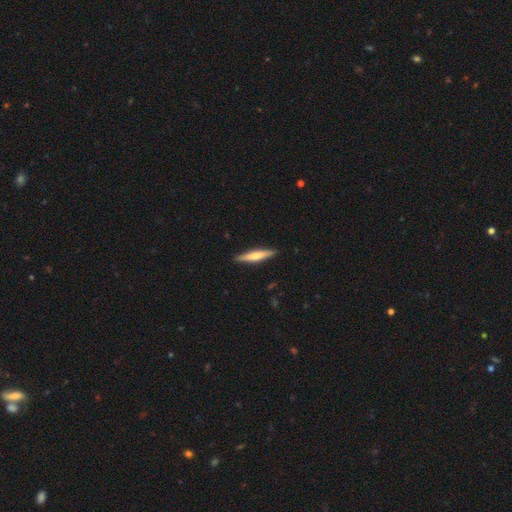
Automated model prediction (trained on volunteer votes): Smooth or featured? smooth (52%)
How rounded? cigar-shaped (89%)
Merging? none (90%)